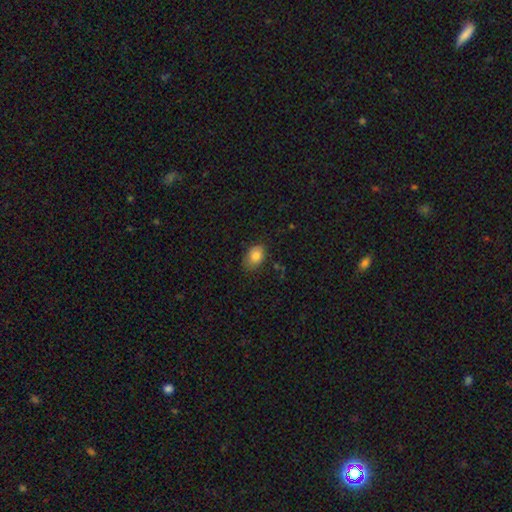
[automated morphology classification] smooth_or_featured: smooth (p=0.83) [alt: featured or disk p=0.09]
how_rounded: in between (p=0.78) [alt: round p=0.21]
merging: none (p=0.73) [alt: minor disturbance p=0.22]